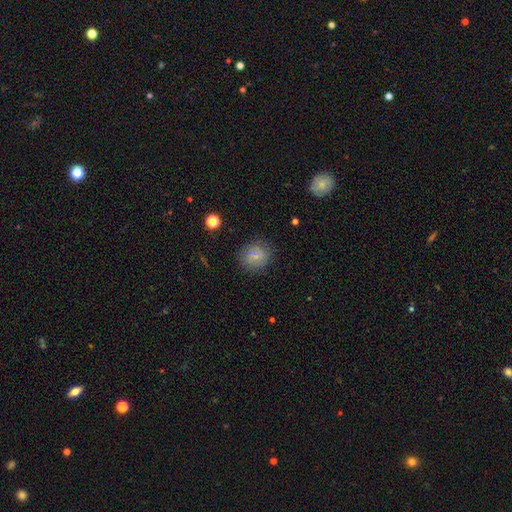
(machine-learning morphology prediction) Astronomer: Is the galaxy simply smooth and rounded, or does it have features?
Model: smooth — 72%.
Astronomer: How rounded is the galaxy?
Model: round — 81%.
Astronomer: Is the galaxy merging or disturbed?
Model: none — 80%.